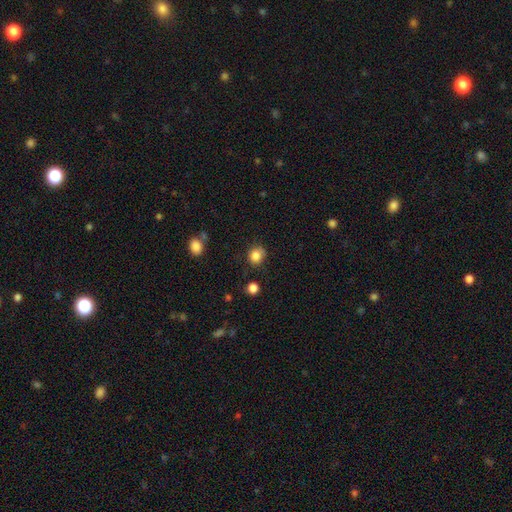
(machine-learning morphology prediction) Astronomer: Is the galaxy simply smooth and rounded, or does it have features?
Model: smooth — 84%.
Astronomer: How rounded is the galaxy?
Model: round — 74%.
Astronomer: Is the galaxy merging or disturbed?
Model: none — 74%.